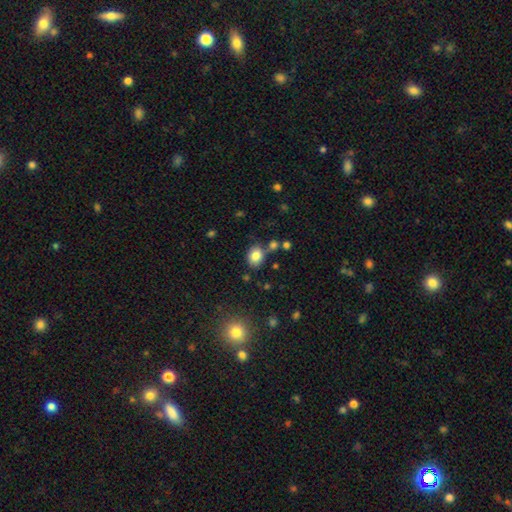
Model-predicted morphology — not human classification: Overall: smooth (83%). How rounded: in between (56%; round 43%). Merging: none (73%).